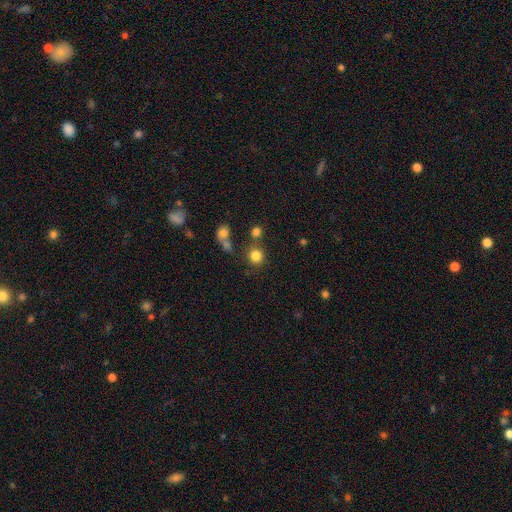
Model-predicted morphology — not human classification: Smooth or featured? smooth (82%)
How rounded? round (89%)
Merging? none (71%)